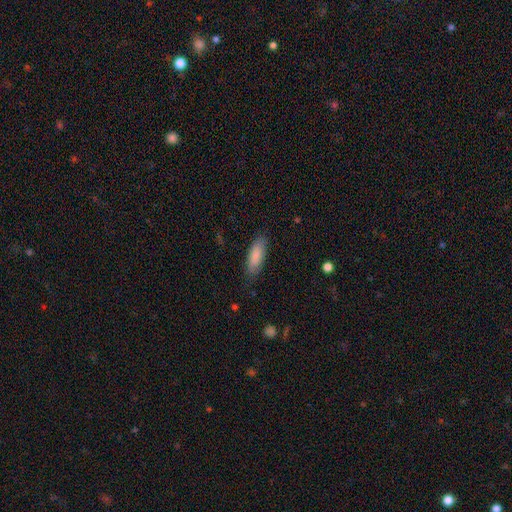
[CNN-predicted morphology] smooth 85%, featured or disk 9%, star or artifact 6%. Down the decision tree: how rounded — in between (69%); merging — none (81%).